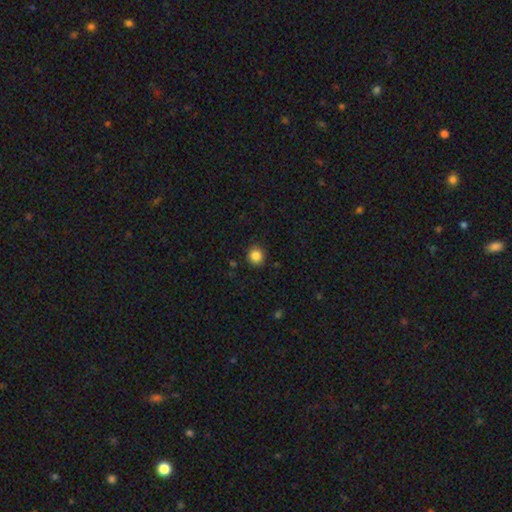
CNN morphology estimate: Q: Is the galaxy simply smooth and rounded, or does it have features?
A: smooth — 85%.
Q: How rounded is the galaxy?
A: round — 89%.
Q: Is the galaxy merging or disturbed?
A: none — 90%.